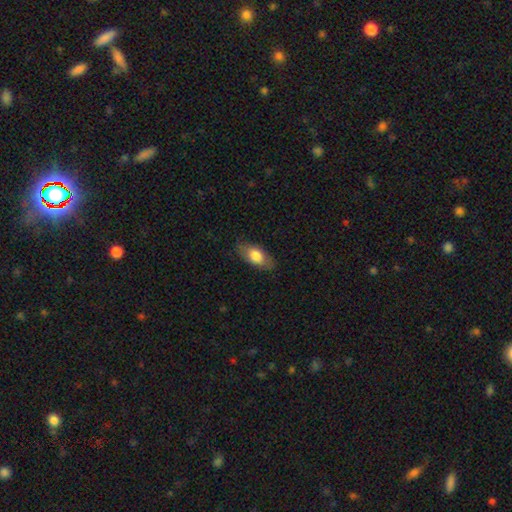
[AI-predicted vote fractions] A smooth galaxy with no disk features (74%) that is in between round and cigar-shaped (88%). Merging: none (81%).